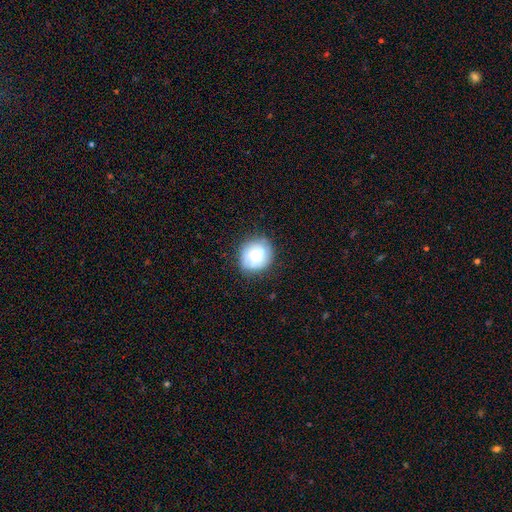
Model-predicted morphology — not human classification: The model was most divided on "smooth or featured": smooth: 62%, featured or disk: 30%, star or artifact: 8%. More confident: how rounded — round (83%); merging — none (76%).